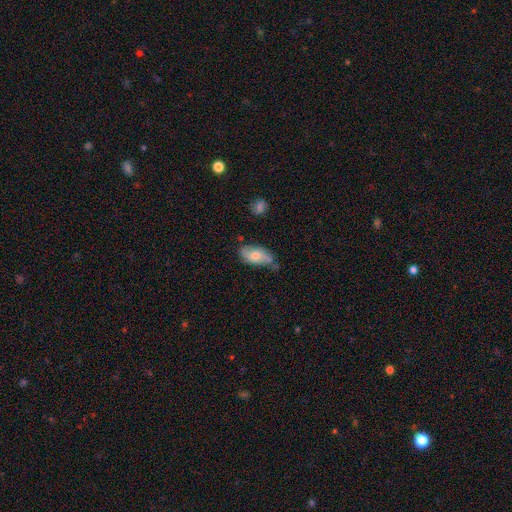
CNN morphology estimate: The model was most divided on "smooth or featured": smooth: 61%, featured or disk: 32%, star or artifact: 7%. More confident: how rounded — in between (91%); merging — none (60%).